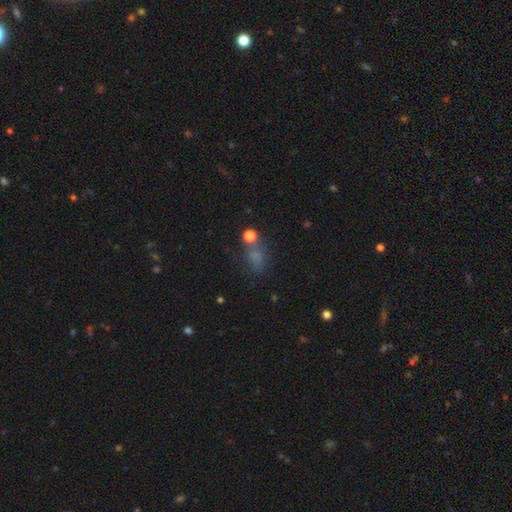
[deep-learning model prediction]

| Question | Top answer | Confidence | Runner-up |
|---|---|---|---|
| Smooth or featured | smooth | 62% | star or artifact (27%) |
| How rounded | in between | 62% | round (34%) |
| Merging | none | 54% | minor disturbance (19%) |